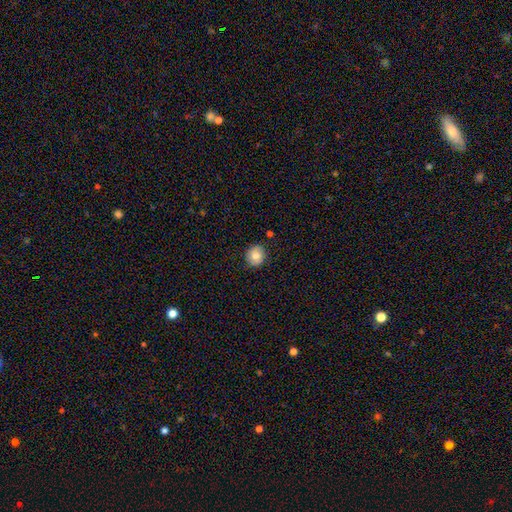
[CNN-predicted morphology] smooth-or-featured: smooth: 79% | featured or disk: 12% | star or artifact: 9%
  how-rounded: round: 84% | in between: 16% | cigar-shaped: 1%
  merging: none: 87% | minor disturbance: 9% | major disturbance: 2% | merger: 2%